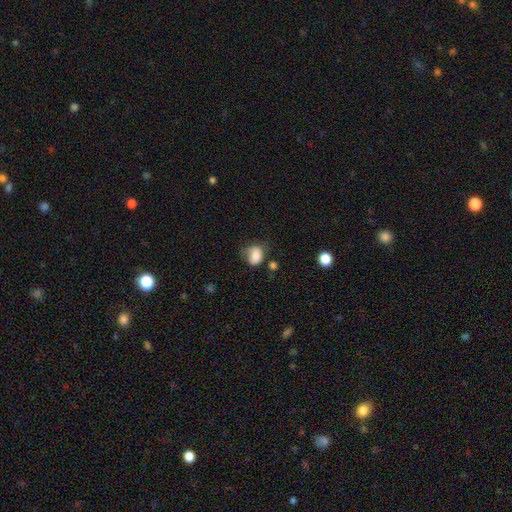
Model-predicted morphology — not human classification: Smooth or featured: smooth — 79% (featured or disk — 11%)
How rounded: in between — 57% (round — 42%)
Merging: none — 40% (minor disturbance — 35%)